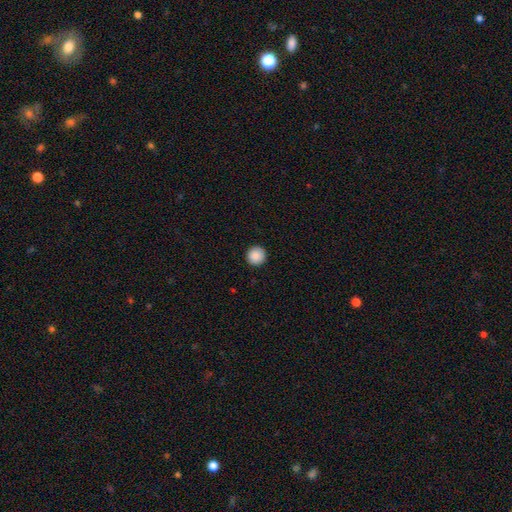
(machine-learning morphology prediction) smooth_or_featured: smooth (p=0.89) [alt: star or artifact p=0.08]
how_rounded: round (p=0.96) [alt: in between p=0.03]
merging: none (p=0.93) [alt: minor disturbance p=0.05]